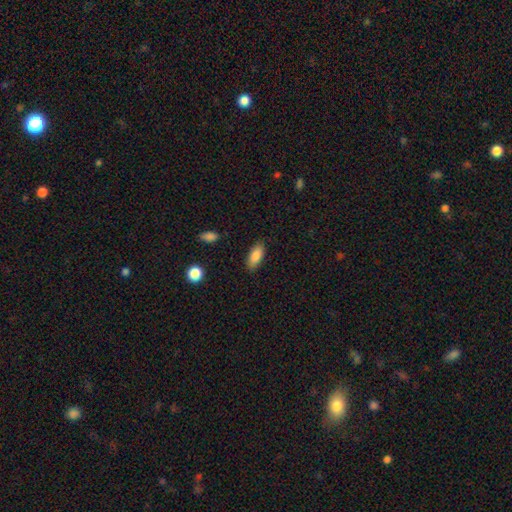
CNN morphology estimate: Smooth or featured? smooth (85%)
How rounded? in between (83%)
Merging? none (86%)